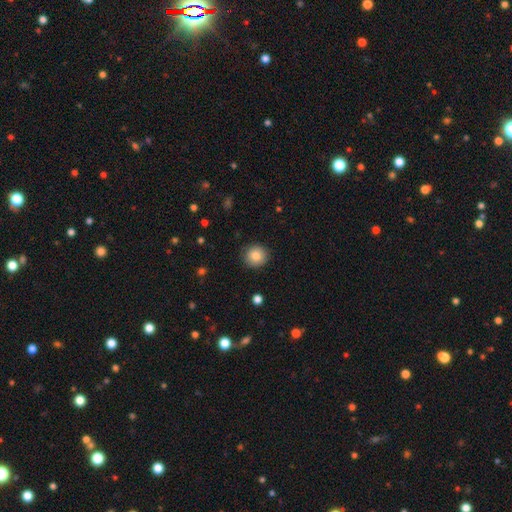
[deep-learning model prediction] Overall: smooth (85%). How rounded: round (91%). Merging: none (90%).